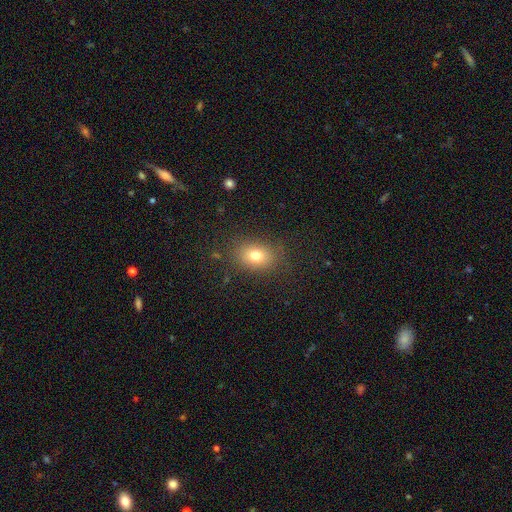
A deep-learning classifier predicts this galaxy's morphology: Smooth or featured: smooth — 76% (star or artifact — 13%)
How rounded: in between — 63% (round — 36%)
Merging: none — 84% (minor disturbance — 11%)